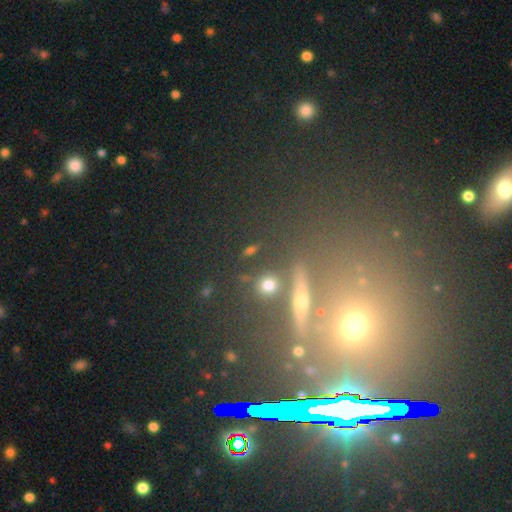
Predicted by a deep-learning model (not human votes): Smooth or featured: star or artifact — 66% (smooth — 21%)